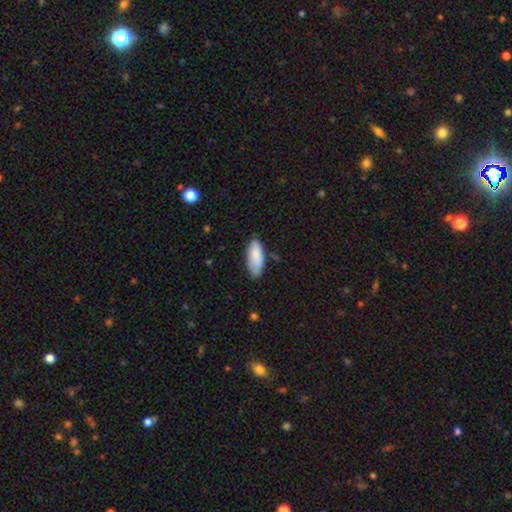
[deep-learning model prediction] This is clearly a smooth galaxy (83%). How rounded: clearly in between (84%). Merging: likely none (71%).